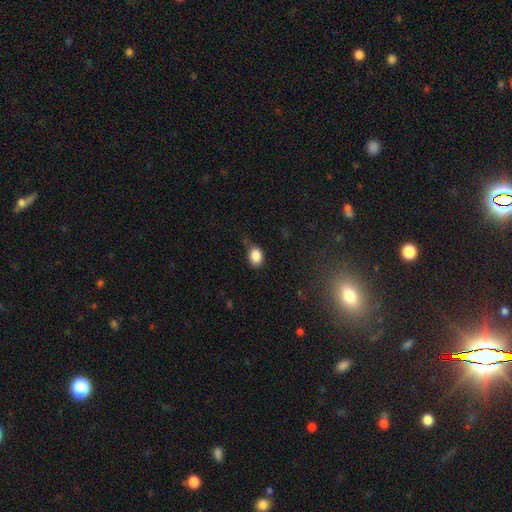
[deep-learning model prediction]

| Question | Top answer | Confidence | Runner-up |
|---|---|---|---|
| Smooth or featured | smooth | 86% | star or artifact (9%) |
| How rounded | in between | 66% | round (33%) |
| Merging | none | 58% | minor disturbance (29%) |